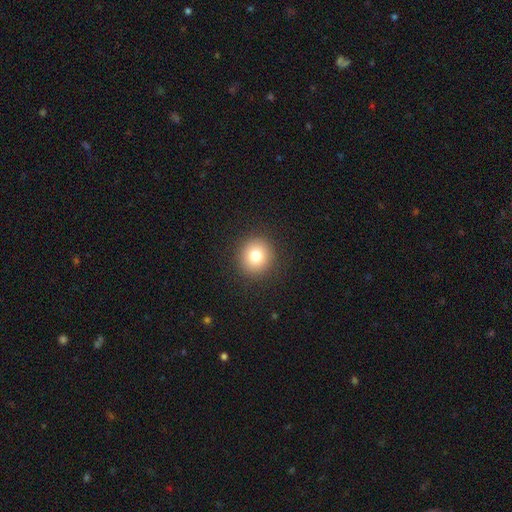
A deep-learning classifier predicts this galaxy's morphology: Smooth or featured? smooth (79%)
How rounded? round (90%)
Merging? none (91%)